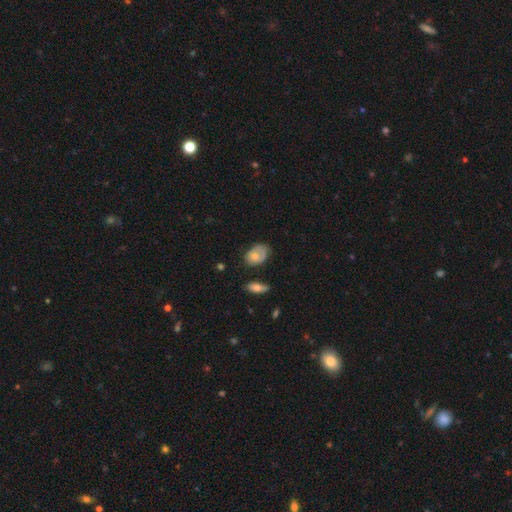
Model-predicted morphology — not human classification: Smooth or featured?
  - smooth: 64% *
  - featured or disk: 28%
  - star or artifact: 7%
How rounded?
  - in between: 76% *
  - round: 22%
  - cigar-shaped: 1%
Merging?
  - minor disturbance: 39% *
  - none: 38%
  - major disturbance: 20%
  - merger: 4%